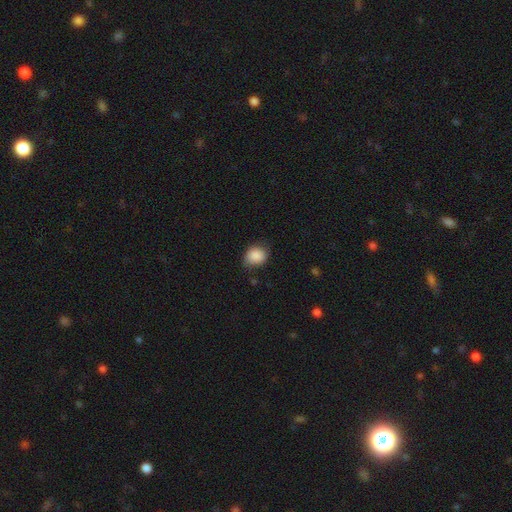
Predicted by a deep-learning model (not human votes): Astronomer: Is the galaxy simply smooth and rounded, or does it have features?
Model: smooth — 87%.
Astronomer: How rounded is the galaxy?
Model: round — 61% (runner-up: in between, 38%).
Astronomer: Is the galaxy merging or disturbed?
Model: none — 71%.